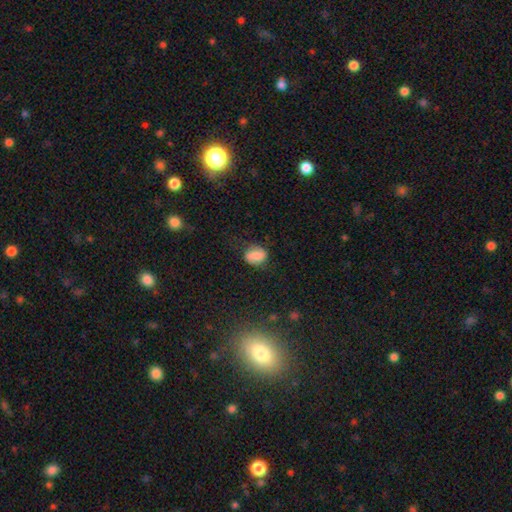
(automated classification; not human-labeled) A smooth galaxy with no disk features (70%) that is in between round and cigar-shaped (60%).

Vote fractions:
- Smooth or featured? smooth: 70% / featured or disk: 20% / star or artifact: 10%
- How rounded? in between: 60% / round: 38% / cigar-shaped: 1%
- Merging? none: 66% / minor disturbance: 23% / major disturbance: 9% / merger: 2%